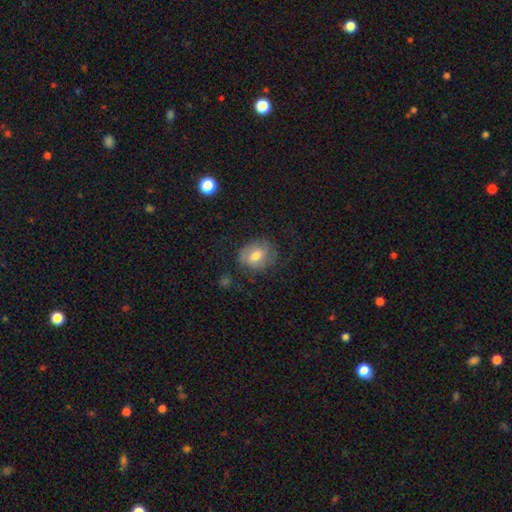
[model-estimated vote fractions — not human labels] A smooth galaxy with no disk features (64%) that is round (54%). Merging: none (62%).